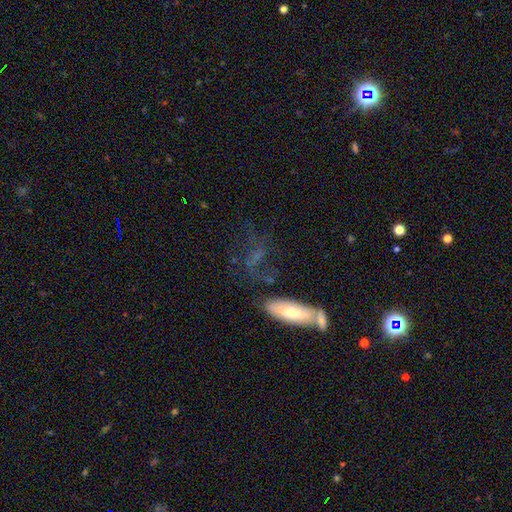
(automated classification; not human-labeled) The model was most divided on "smooth or featured": smooth: 44%, featured or disk: 39%, star or artifact: 17%. Remaining: merging — none (43%).